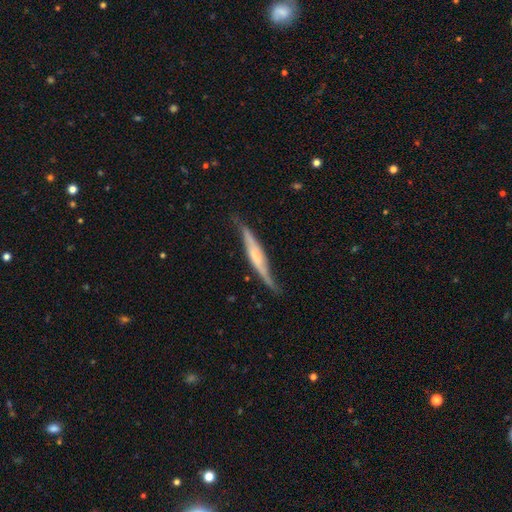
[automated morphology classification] This appears to be a featured or disk galaxy (65%) viewed edge-on (85%) with a rounded central bulge (45%). Merging: none (68%).